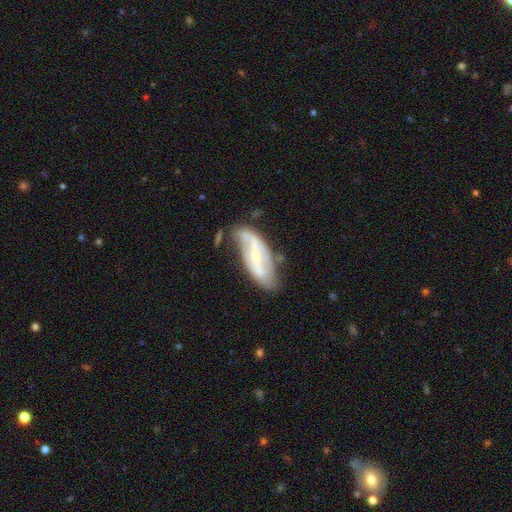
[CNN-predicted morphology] type=featured or disk (75%); edge-on=no (88%); bar=strong (42%); spiral arms=yes (81%); winding=medium (38%); arm count=2 (72%); bulge=small (67%); merging=none (52%).